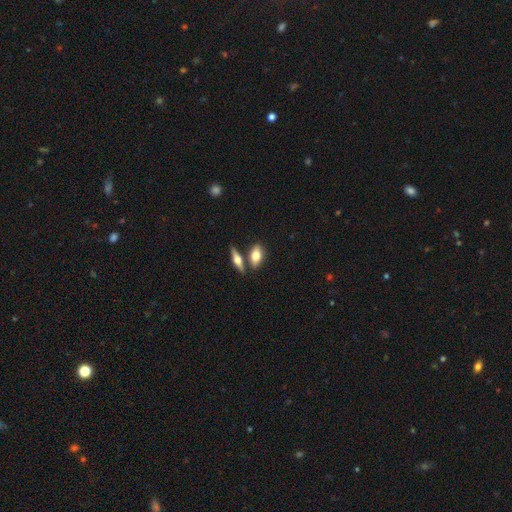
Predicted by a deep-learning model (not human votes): Smooth or featured: smooth — 65% (featured or disk — 29%)
How rounded: in between — 82% (cigar-shaped — 13%)
Merging: none — 64% (merger — 22%)